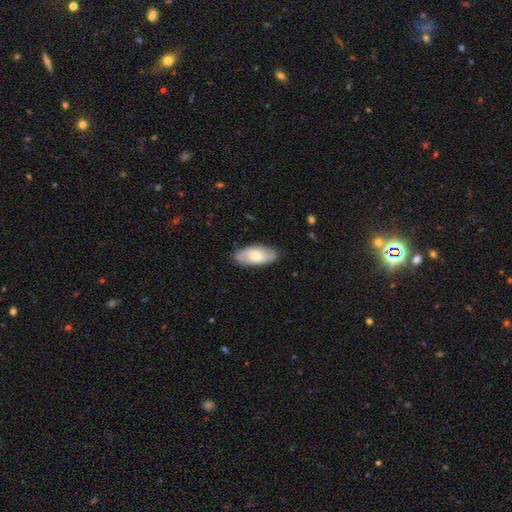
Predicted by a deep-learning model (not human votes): This appears to be a smooth galaxy with no disk features (58%) that is in between round and cigar-shaped (89%). Merging: none (84%).